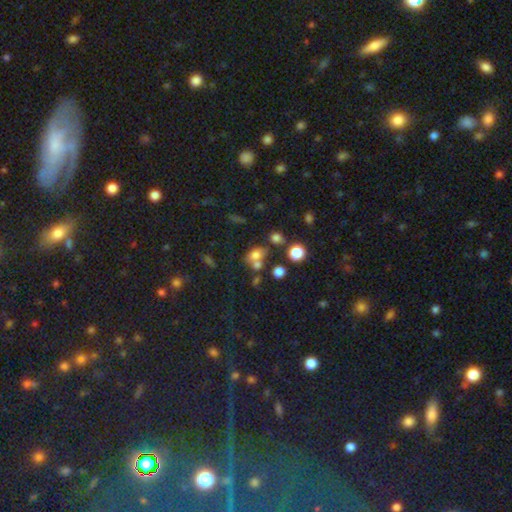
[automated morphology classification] A smooth galaxy with no disk features (68%) that is in between round and cigar-shaped (52%). Merging: none (45%).